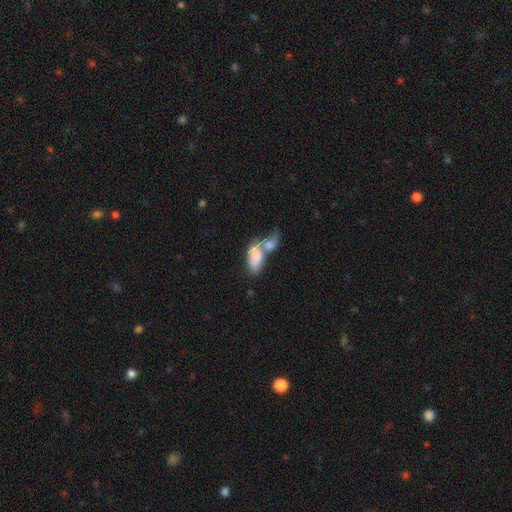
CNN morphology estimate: The model was most divided on "smooth or featured": smooth: 74%, featured or disk: 18%, star or artifact: 7%. More confident: how rounded — in between (90%); merging — merger (70%).